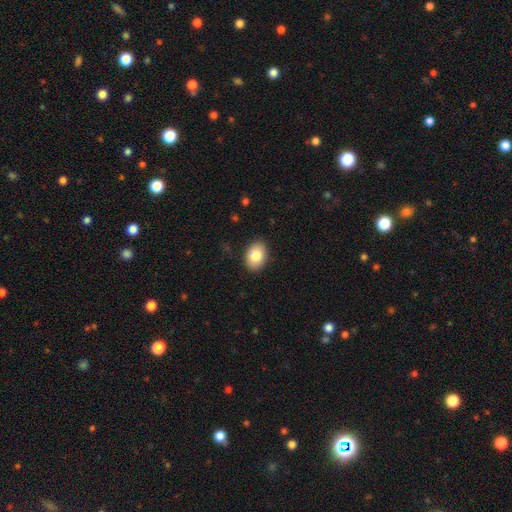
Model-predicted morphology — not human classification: The model was most divided on "how rounded": in between: 80%, round: 19%, cigar-shaped: 1%. More confident: merging — none (89%); smooth or featured — smooth (83%).